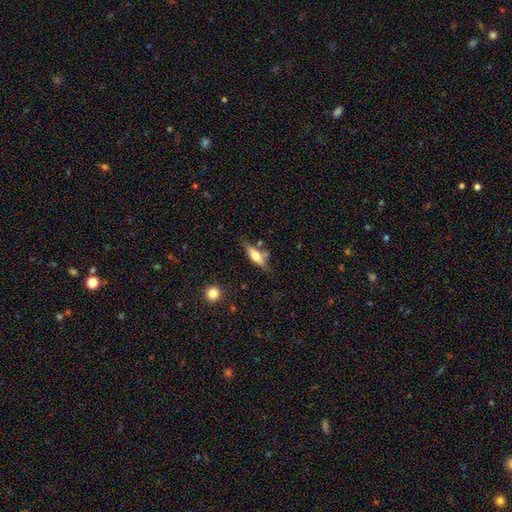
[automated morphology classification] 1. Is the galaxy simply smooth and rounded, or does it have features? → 53% featured or disk, 40% smooth, 7% star or artifact.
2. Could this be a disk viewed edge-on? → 90% yes, 10% no.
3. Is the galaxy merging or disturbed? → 65% none, 19% minor disturbance, 10% merger, 6% major disturbance.